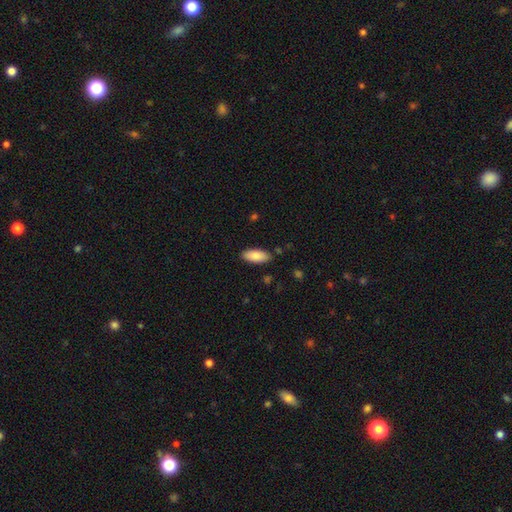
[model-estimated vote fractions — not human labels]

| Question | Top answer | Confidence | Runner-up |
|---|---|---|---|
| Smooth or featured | smooth | 86% | featured or disk (8%) |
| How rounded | in between | 86% | cigar-shaped (13%) |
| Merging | none | 86% | minor disturbance (10%) |